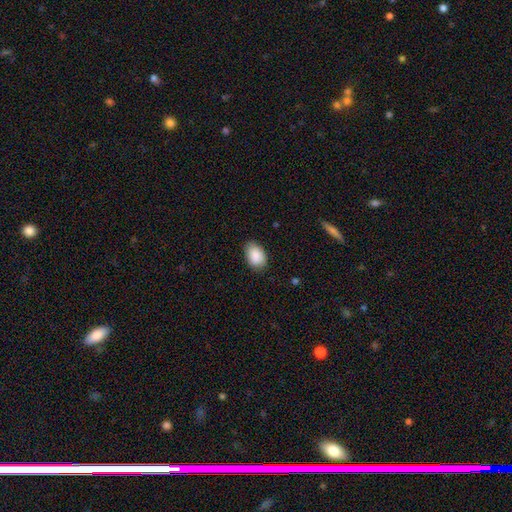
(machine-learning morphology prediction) This appears to be a smooth galaxy with no disk features (90%) that is in between round and cigar-shaped (88%). Merging: none (81%).